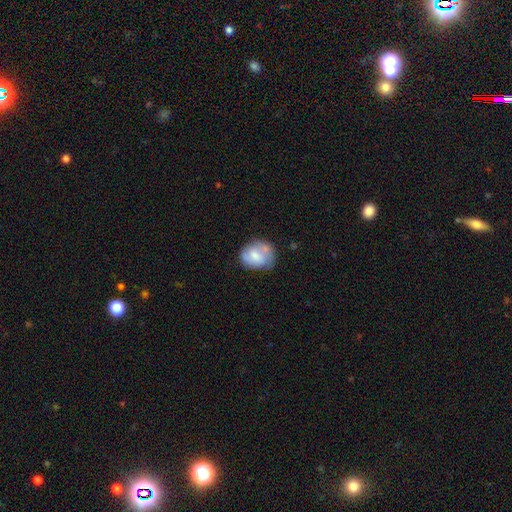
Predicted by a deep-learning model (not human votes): Smooth or featured? Predicted: smooth (p=0.54). How rounded? Predicted: round (p=0.54). Merging? Predicted: none (p=0.51).